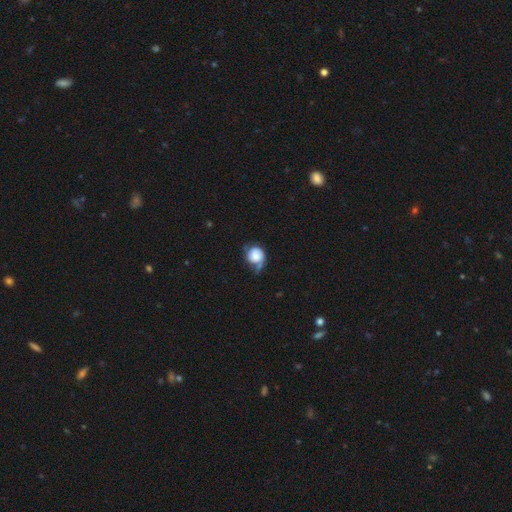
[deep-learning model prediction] Smooth or featured?
  - smooth: 65% *
  - featured or disk: 27%
  - star or artifact: 9%
How rounded?
  - round: 76% *
  - in between: 23%
  - cigar-shaped: 1%
Merging?
  - none: 37% *
  - minor disturbance: 36%
  - major disturbance: 20%
  - merger: 7%